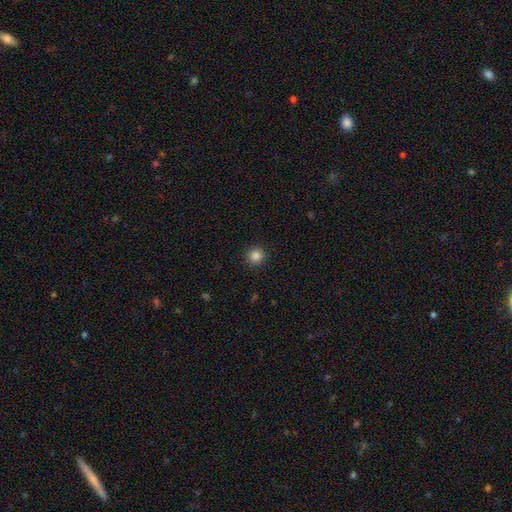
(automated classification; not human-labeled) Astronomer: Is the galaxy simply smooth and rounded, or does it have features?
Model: smooth — 85%.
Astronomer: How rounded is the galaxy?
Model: round — 93%.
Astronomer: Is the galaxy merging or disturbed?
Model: none — 91%.